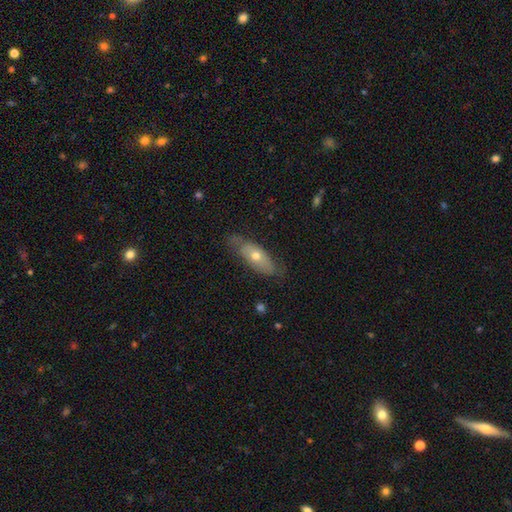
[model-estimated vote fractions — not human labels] Smooth or featured? smooth (48%)
Merging? none (70%)